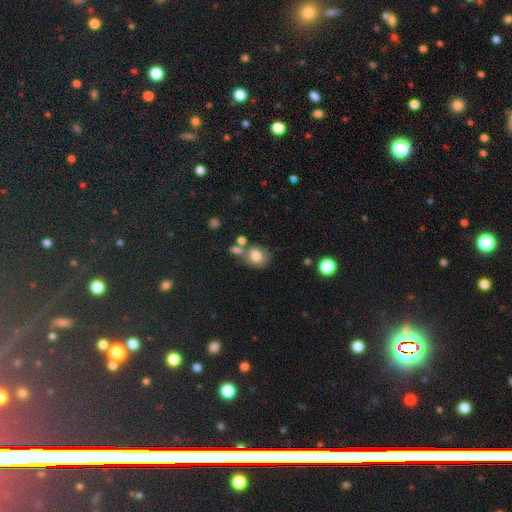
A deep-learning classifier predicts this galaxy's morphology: smooth_or_featured: smooth (p=0.74) [alt: featured or disk p=0.15]
how_rounded: round (p=0.59) [alt: in between p=0.40]
merging: none (p=0.51) [alt: merger p=0.22]